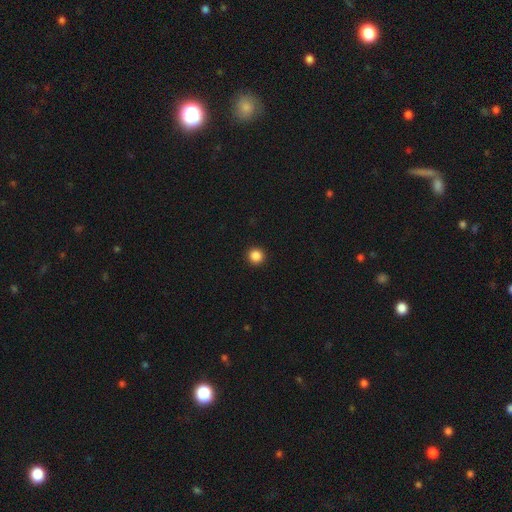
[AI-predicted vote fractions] The model was most divided on "smooth or featured": smooth: 86%, star or artifact: 11%, featured or disk: 3%. More confident: how rounded — round (96%); merging — none (93%).